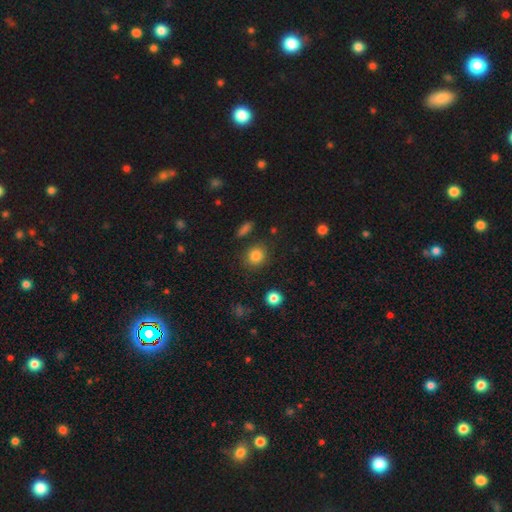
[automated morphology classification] Overall: smooth (84%). How rounded: round (77%). Merging: none (84%).